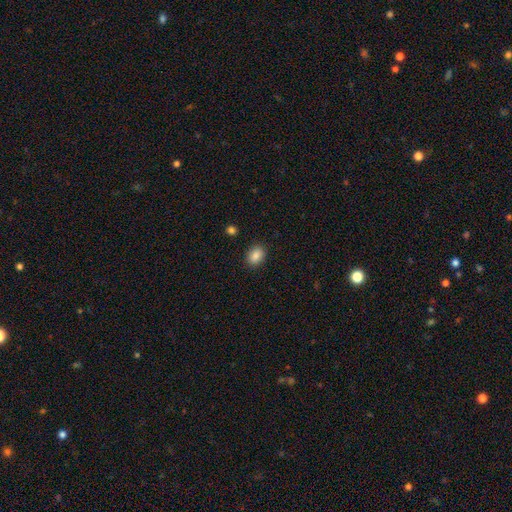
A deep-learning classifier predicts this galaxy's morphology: A smooth galaxy with no disk features (87%) that is in between round and cigar-shaped (69%).

Vote fractions:
- Smooth or featured? smooth: 87% / star or artifact: 8% / featured or disk: 4%
- How rounded? in between: 69% / round: 30% / cigar-shaped: 1%
- Merging? none: 89% / minor disturbance: 8% / major disturbance: 2% / merger: 1%